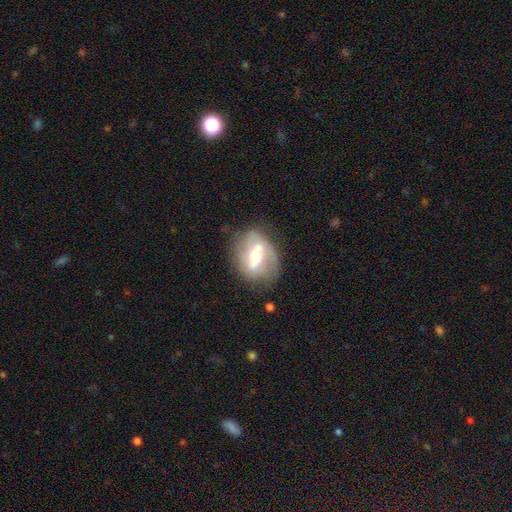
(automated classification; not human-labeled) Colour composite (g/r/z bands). It shows a featured or disk galaxy (70%) with a strong bar (48%), spiral arms (66%) and a moderate central bulge (62%). Merging: none (65%).